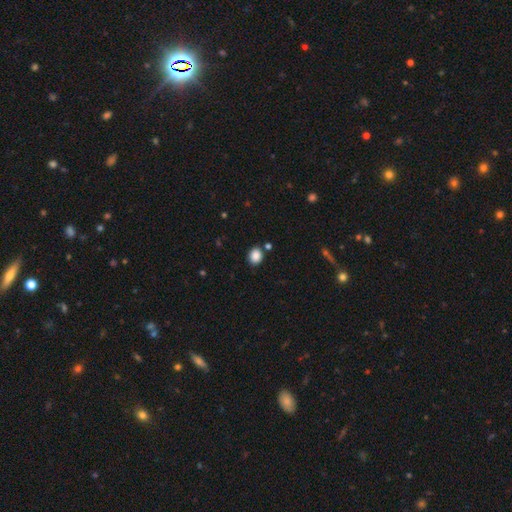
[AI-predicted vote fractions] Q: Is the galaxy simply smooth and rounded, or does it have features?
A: smooth — 87%.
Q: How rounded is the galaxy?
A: round — 60%.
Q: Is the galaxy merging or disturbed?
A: none — 84%.